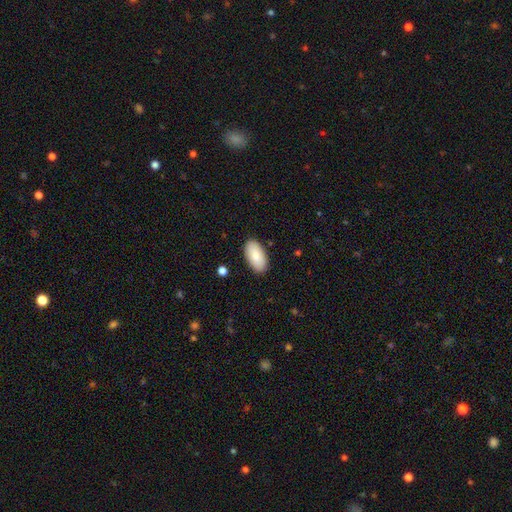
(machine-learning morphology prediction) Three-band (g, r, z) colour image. It shows a smooth galaxy with no disk features (84%) that is in between round and cigar-shaped (96%). Merging: none (88%).